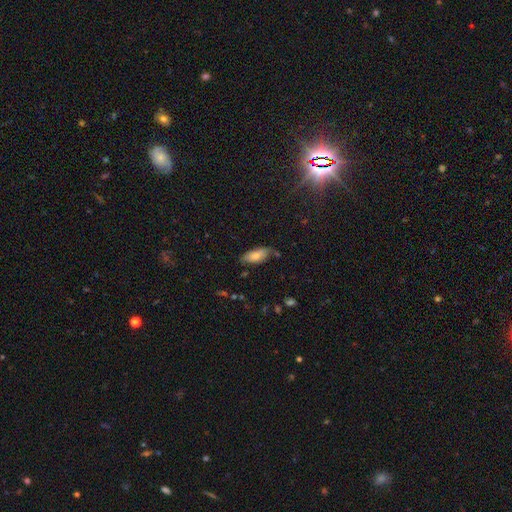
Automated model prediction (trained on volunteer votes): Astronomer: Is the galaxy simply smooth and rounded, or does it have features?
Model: smooth — 76%.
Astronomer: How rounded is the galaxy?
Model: in between — 80%.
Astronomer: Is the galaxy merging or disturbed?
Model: none — 63%.